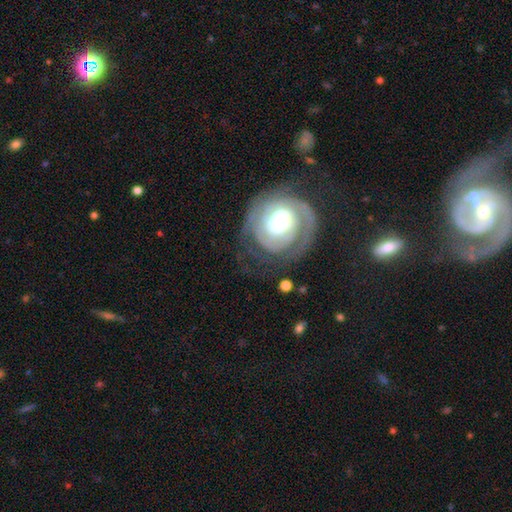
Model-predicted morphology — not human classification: featured or disk 83%, smooth 10%, star or artifact 7%. Down the decision tree: edge-on disk — no (98%); bar — no (55%); spiral arms — yes (91%); spiral arm count — 2 (46%); spiral winding — tight (69%); bulge size — large (47%); merging — none (65%).